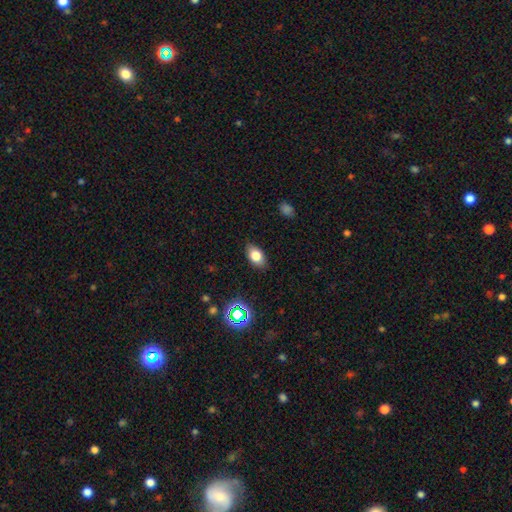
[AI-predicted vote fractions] Smooth or featured? smooth (79%)
How rounded? in between (88%)
Merging? none (85%)